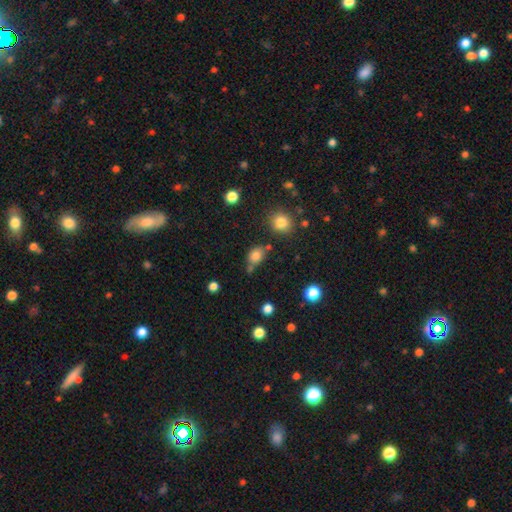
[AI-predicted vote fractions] A smooth galaxy with no disk features (79%) that is in between round and cigar-shaped (58%). Merging: none (60%).